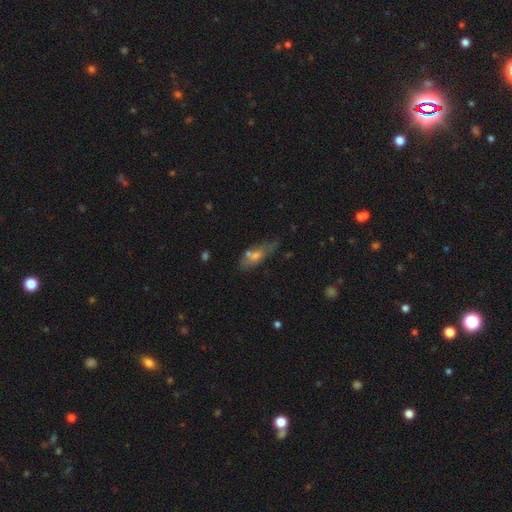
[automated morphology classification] The model was most divided on "smooth or featured": smooth: 51%, featured or disk: 38%, star or artifact: 12%. Remaining: how rounded — in between (65%); merging — none (49%).